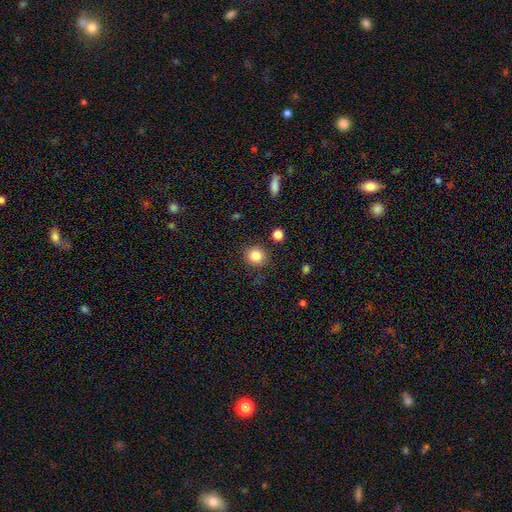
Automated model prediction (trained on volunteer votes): The model was most divided on "smooth or featured": smooth: 84%, star or artifact: 11%, featured or disk: 5%. More confident: how rounded — round (88%); merging — none (84%).